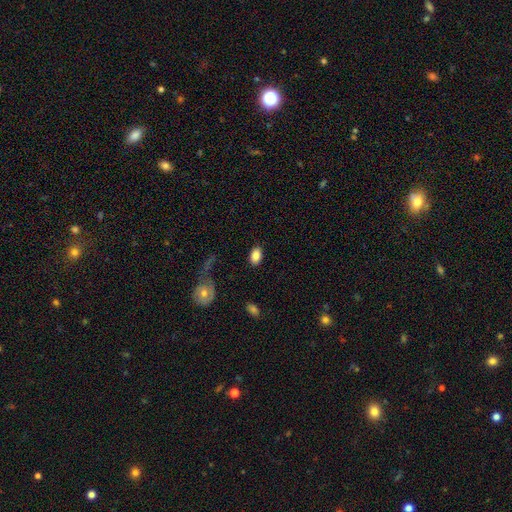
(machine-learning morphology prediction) Overall: smooth (85%). How rounded: in between (88%). Merging: none (83%).